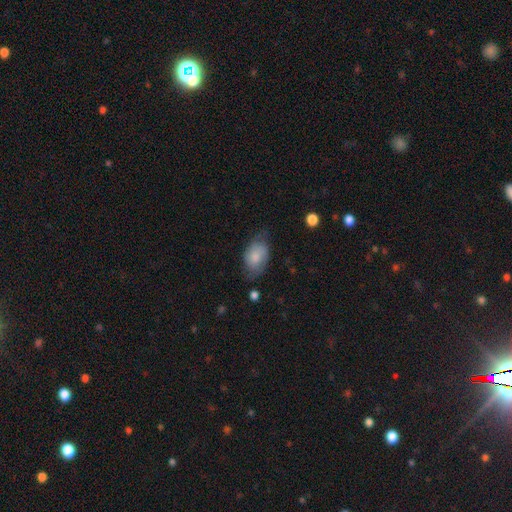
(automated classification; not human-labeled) Smooth or featured? Predicted: smooth (p=0.74). How rounded? Predicted: in between (p=0.88). Merging? Predicted: none (p=0.53).